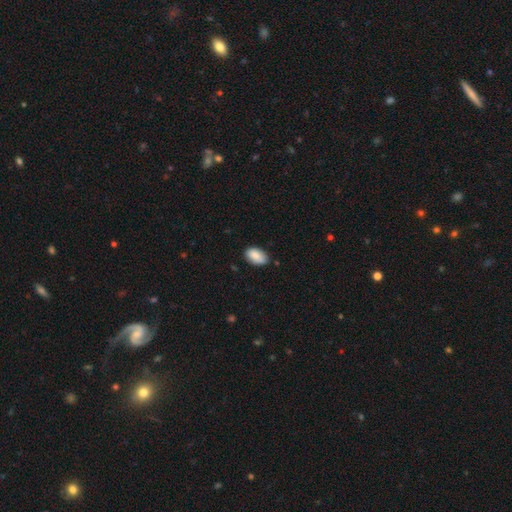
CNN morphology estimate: smooth 86%, star or artifact 7%, featured or disk 7%. Down the decision tree: how rounded — in between (92%); merging — none (79%).